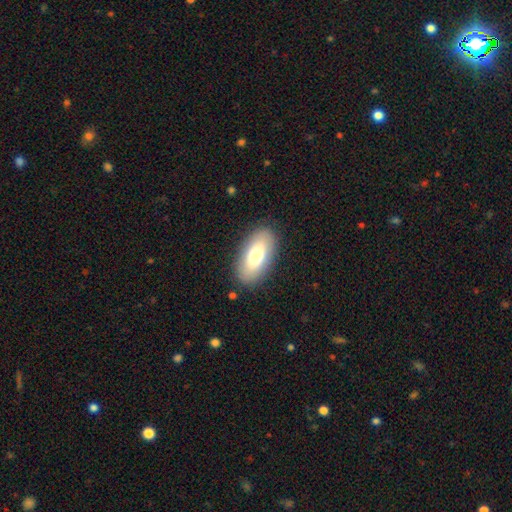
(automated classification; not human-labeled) Smooth or featured? Predicted: smooth (p=0.73). How rounded? Predicted: in between (p=0.91). Merging? Predicted: none (p=0.87).